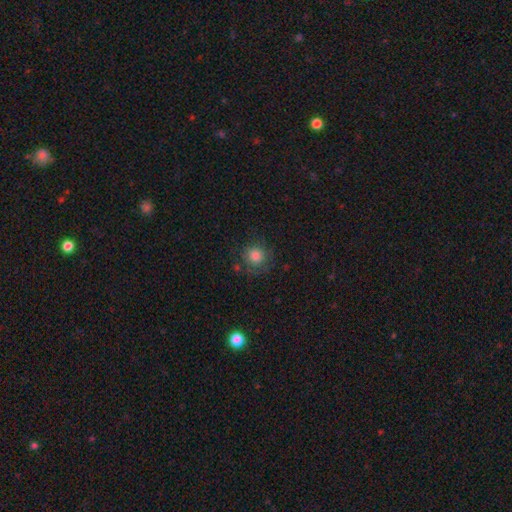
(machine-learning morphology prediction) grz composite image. It shows a smooth galaxy with no disk features (79%) that is round (92%). Merging: none (75%).